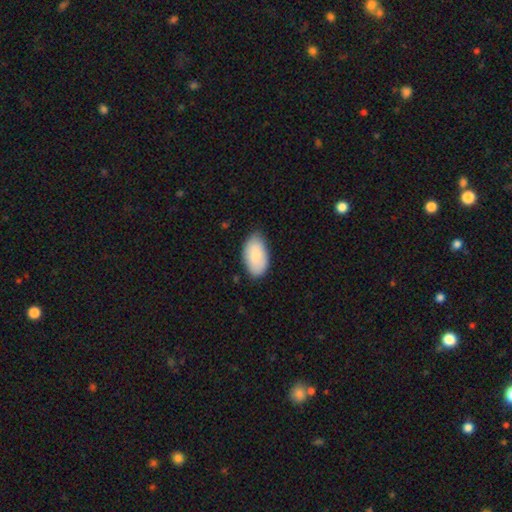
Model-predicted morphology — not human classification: Smooth or featured?
  - smooth: 83% *
  - featured or disk: 11%
  - star or artifact: 6%
How rounded?
  - in between: 95% *
  - round: 3%
  - cigar-shaped: 1%
Merging?
  - none: 73% *
  - minor disturbance: 22%
  - major disturbance: 3%
  - merger: 1%